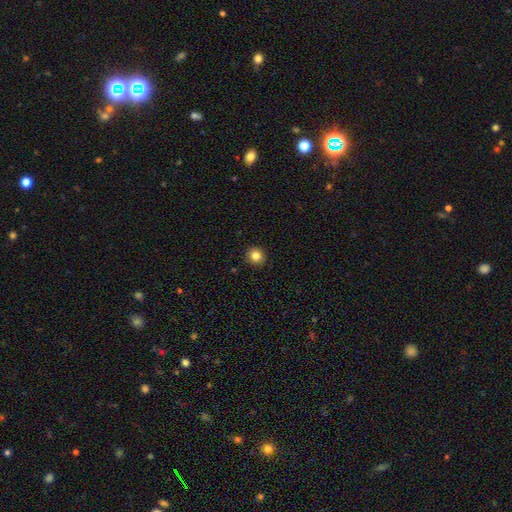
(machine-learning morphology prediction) This appears to be a smooth galaxy with no disk features (82%) that is round (90%). Merging: none (92%).